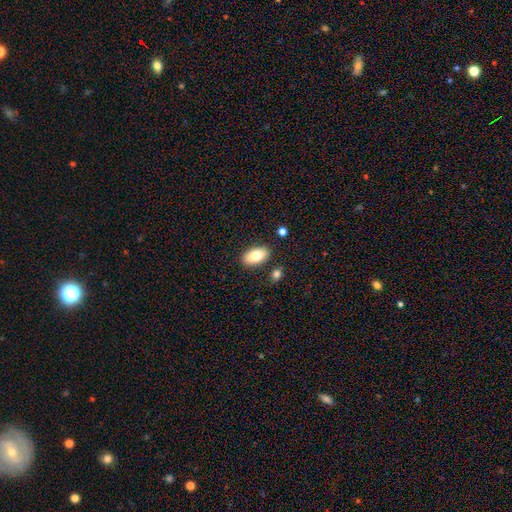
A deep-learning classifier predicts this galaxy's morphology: Smooth or featured? smooth (79%)
How rounded? in between (93%)
Merging? none (85%)